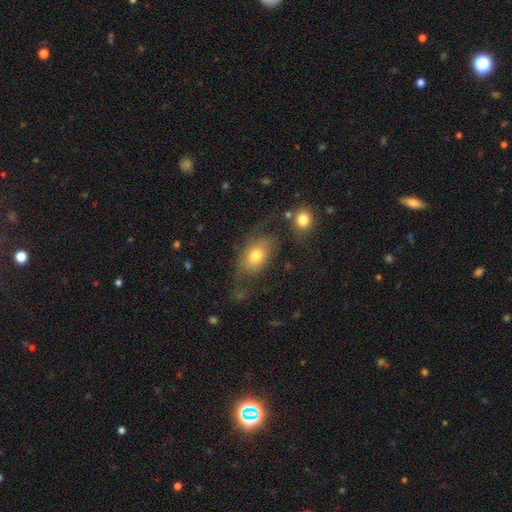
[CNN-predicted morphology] Smooth or featured: smooth — 61% (featured or disk — 30%)
How rounded: in between — 82% (round — 15%)
Merging: none — 46% (major disturbance — 24%)